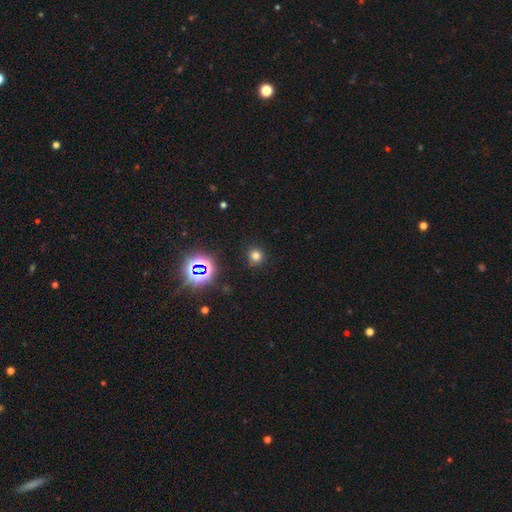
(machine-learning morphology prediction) Smooth or featured: smooth — 73% (star or artifact — 22%)
How rounded: round — 92% (in between — 7%)
Merging: none — 89% (minor disturbance — 7%)